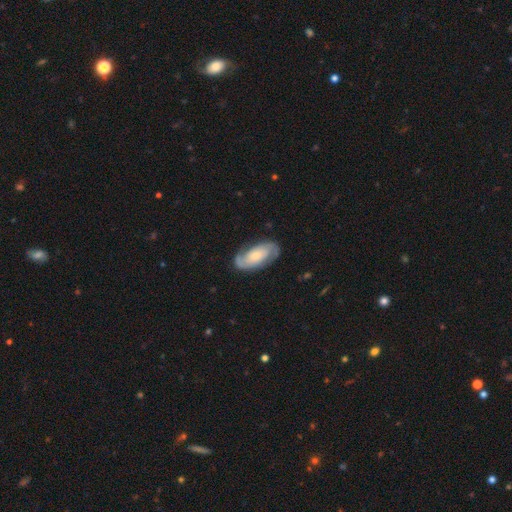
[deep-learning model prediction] Overall: featured or disk (77%). Edge-on disk: no (95%). Bar: no (60%; weak 28%). Spiral arms: yes (94%). Spiral arm count: 2 (88%). Spiral winding: medium (42%; tight 40%). Bulge size: small (47%; moderate 38%). Merging: none (80%).